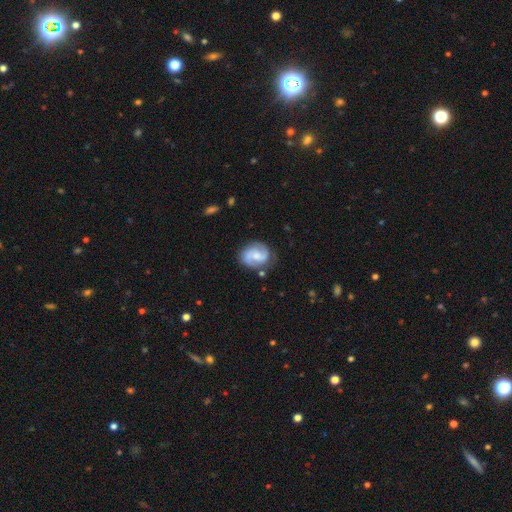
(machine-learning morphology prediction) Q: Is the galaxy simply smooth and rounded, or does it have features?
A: featured or disk — 72%.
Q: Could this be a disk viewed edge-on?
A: no — 98%.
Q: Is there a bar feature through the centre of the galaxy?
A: no — 49%.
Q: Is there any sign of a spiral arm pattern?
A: yes — 94%.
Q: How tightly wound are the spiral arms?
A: medium — 48%.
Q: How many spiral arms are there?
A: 2 — 86%.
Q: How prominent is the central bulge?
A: moderate — 40%.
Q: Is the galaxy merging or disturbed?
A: none — 75%.